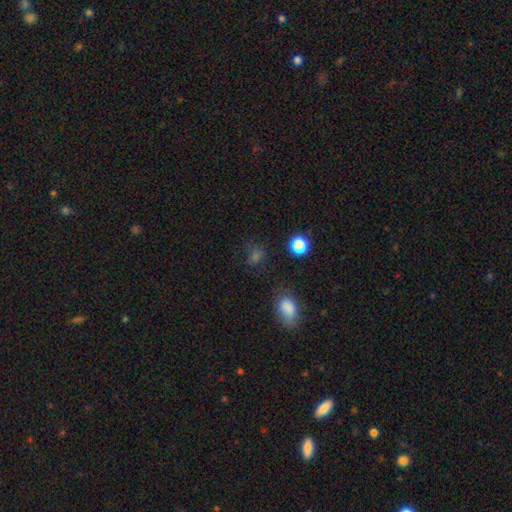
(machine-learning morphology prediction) Q: Smooth or featured?
A: smooth (65%); runner-up: star or artifact (28%)
Q: How rounded?
A: round (66%); runner-up: in between (32%)
Q: Merging?
A: none (69%); runner-up: minor disturbance (18%)